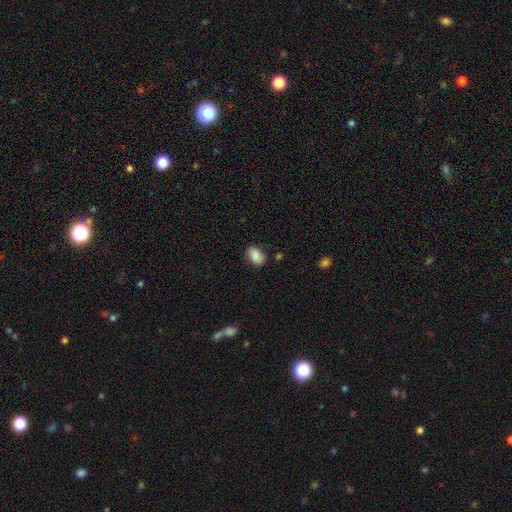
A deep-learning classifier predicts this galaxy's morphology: The model was most divided on "merging": none: 82%, minor disturbance: 13%, major disturbance: 3%, merger: 2%. More confident: smooth or featured — smooth (88%); how rounded — in between (85%).